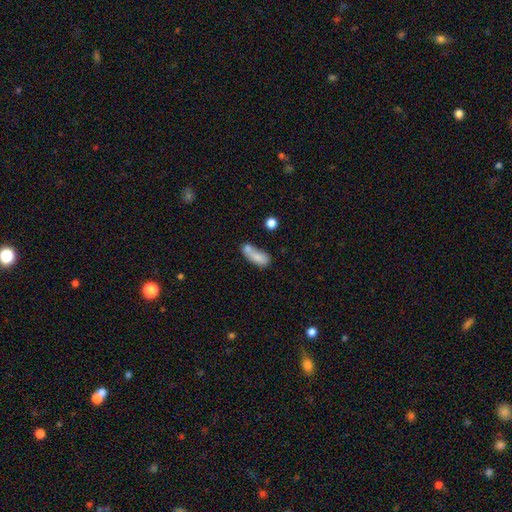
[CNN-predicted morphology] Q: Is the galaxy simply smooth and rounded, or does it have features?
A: smooth — 75%.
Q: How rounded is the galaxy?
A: in between — 74%.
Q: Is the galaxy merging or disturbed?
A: merger — 45%.